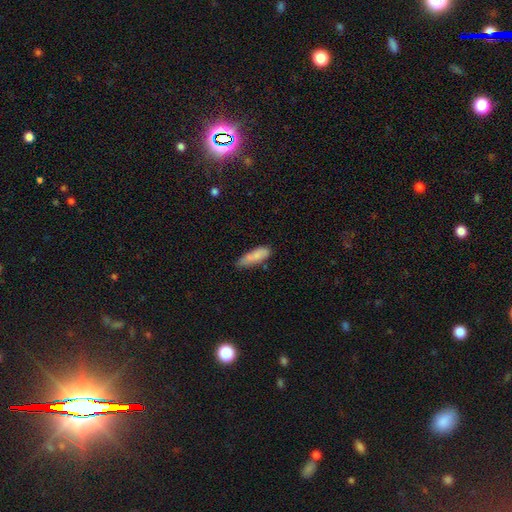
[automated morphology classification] Q: Smooth or featured?
A: smooth (82%); runner-up: featured or disk (11%)
Q: How rounded?
A: cigar-shaped (56%); runner-up: in between (42%)
Q: Merging?
A: none (67%); runner-up: minor disturbance (24%)